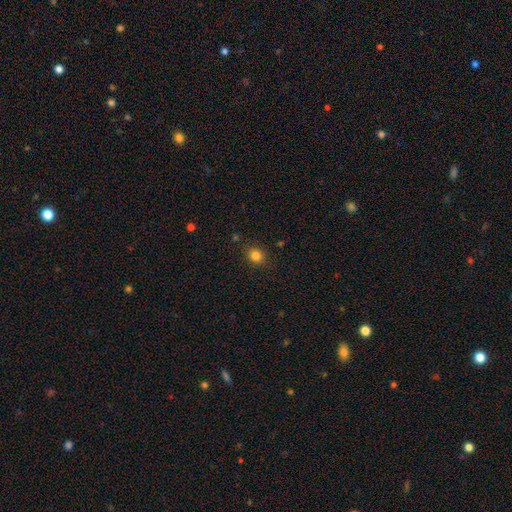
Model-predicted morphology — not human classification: smooth_or_featured: smooth (p=0.83) [alt: star or artifact p=0.12]
how_rounded: round (p=0.72) [alt: in between p=0.27]
merging: none (p=0.87) [alt: minor disturbance p=0.09]